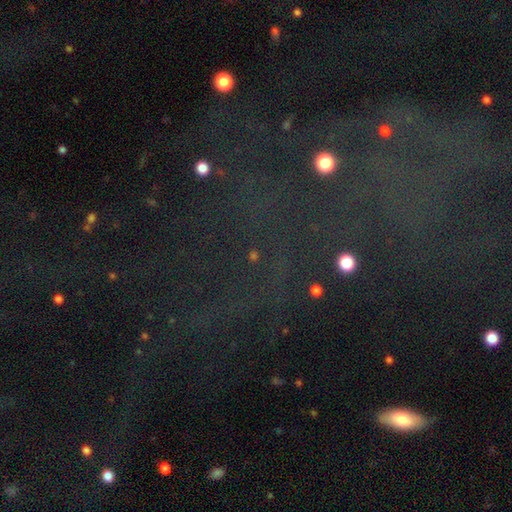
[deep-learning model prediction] The model was most divided on "smooth or featured": star or artifact: 67%, featured or disk: 17%, smooth: 16%.